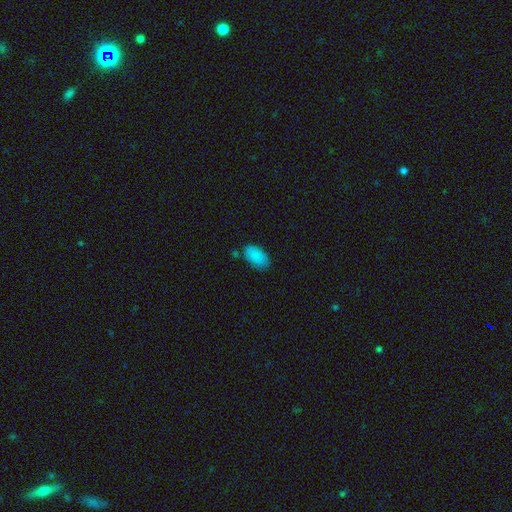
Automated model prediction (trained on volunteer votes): Q: Smooth or featured?
A: smooth (87%); runner-up: star or artifact (8%)
Q: How rounded?
A: in between (94%); runner-up: round (3%)
Q: Merging?
A: none (78%); runner-up: minor disturbance (15%)